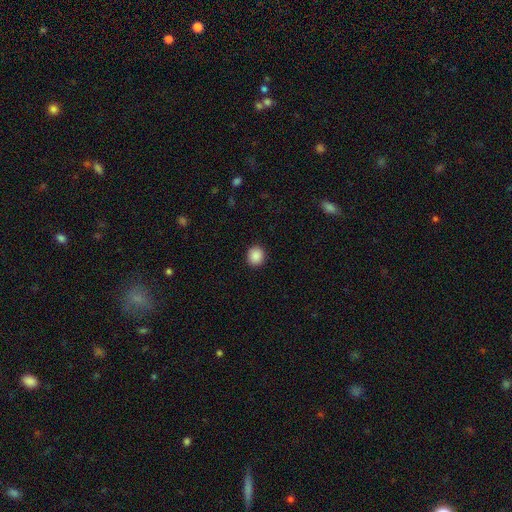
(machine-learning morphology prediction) Smooth or featured? smooth (89%)
How rounded? round (86%)
Merging? none (92%)